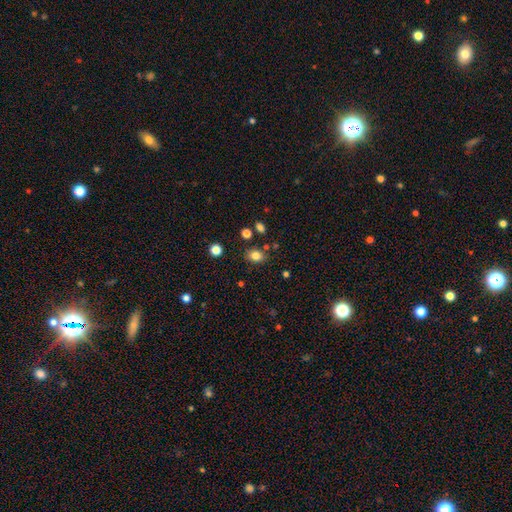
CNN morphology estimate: type=smooth (81%); roundness=in between (60%); merging=none (81%).